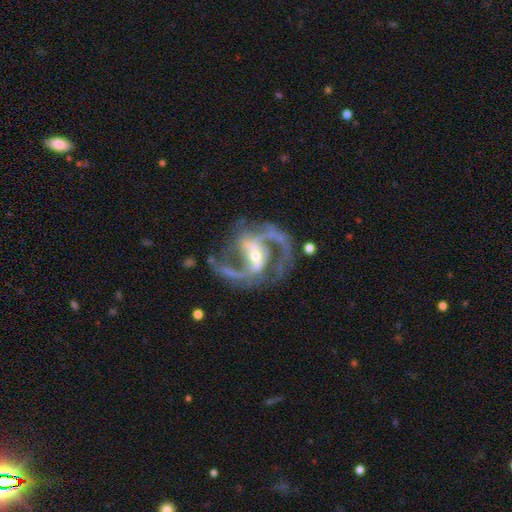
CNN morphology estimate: Smooth or featured: featured or disk — 92% (star or artifact — 5%)
Edge-on disk: no — 97% (yes — 3%)
Bar: strong — 55% (weak — 32%)
Spiral arms: yes — 97% (no — 3%)
Spiral winding: medium — 60% (loose — 26%)
Spiral arm count: 2 — 88% (3 — 5%)
Bulge size: small — 52% (moderate — 43%)
Merging: none — 69% (minor disturbance — 15%)